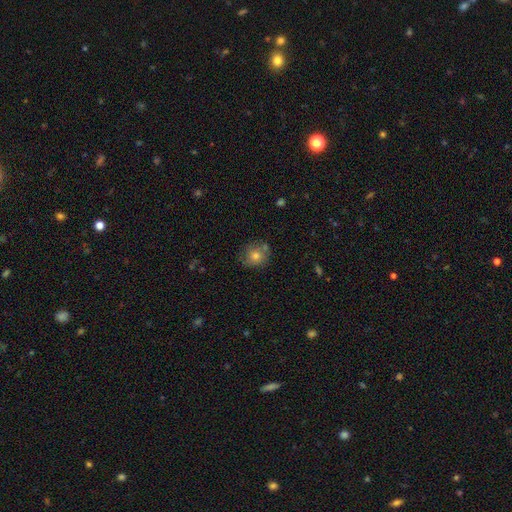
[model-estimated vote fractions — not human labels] smooth-or-featured: smooth: 70% | featured or disk: 17% | star or artifact: 13%
  how-rounded: round: 83% | in between: 16% | cigar-shaped: 1%
  merging: none: 71% | minor disturbance: 17% | merger: 7% | major disturbance: 4%